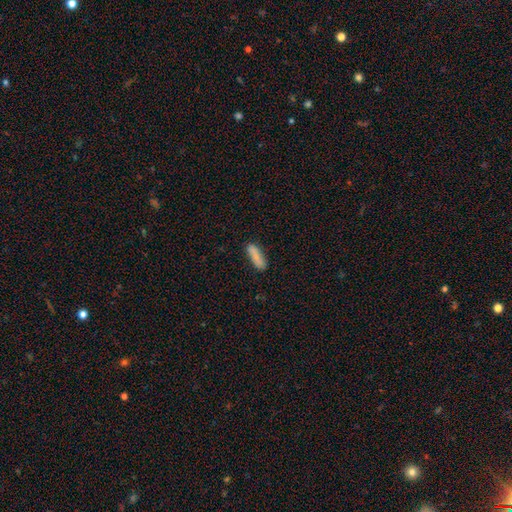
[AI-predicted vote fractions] A smooth galaxy with no disk features (80%) that is in between round and cigar-shaped (49%).

Vote fractions:
- Smooth or featured? smooth: 80% / featured or disk: 13% / star or artifact: 7%
- How rounded? in between: 49% / cigar-shaped: 48% / round: 2%
- Merging? none: 76% / minor disturbance: 15% / merger: 5% / major disturbance: 3%